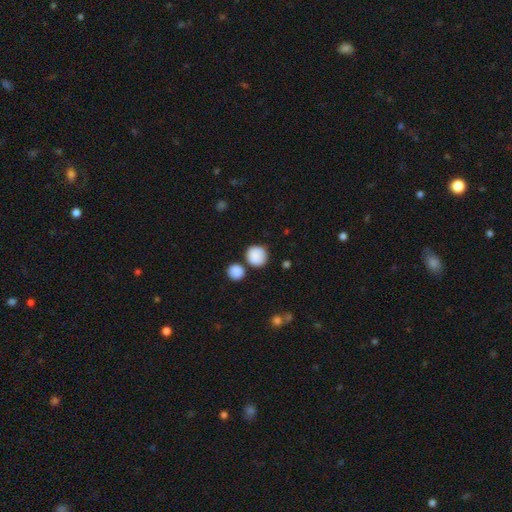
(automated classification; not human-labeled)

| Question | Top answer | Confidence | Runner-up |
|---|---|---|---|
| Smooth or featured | smooth | 87% | star or artifact (8%) |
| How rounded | round | 87% | in between (12%) |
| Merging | none | 69% | merger (14%) |